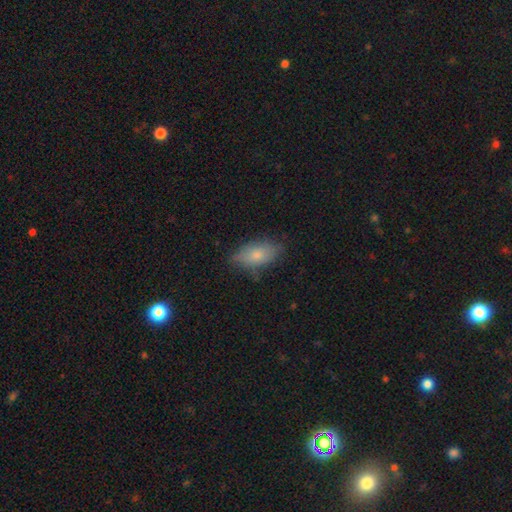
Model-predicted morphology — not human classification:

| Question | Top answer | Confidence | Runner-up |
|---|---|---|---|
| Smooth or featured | smooth | 75% | featured or disk (17%) |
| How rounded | in between | 89% | cigar-shaped (7%) |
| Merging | none | 73% | minor disturbance (21%) |